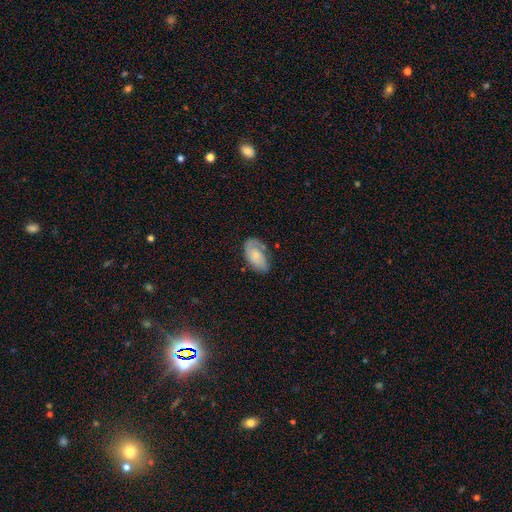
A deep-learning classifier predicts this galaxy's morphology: smooth_or_featured: smooth (p=0.50) [alt: featured or disk p=0.44]
merging: none (p=0.55) [alt: minor disturbance p=0.28]